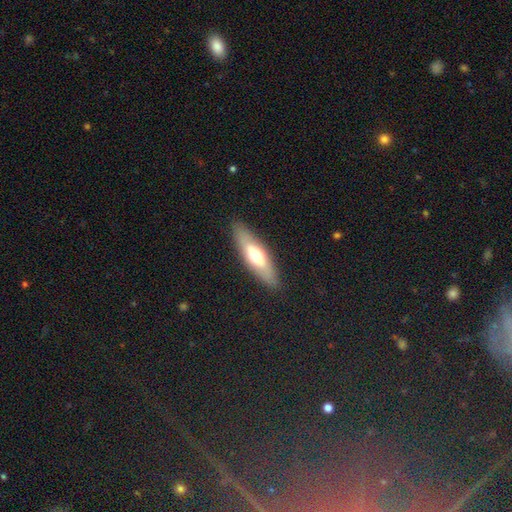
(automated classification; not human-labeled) A smooth galaxy with no disk features (56%) that is cigar-shaped (52%). Merging: none (87%).